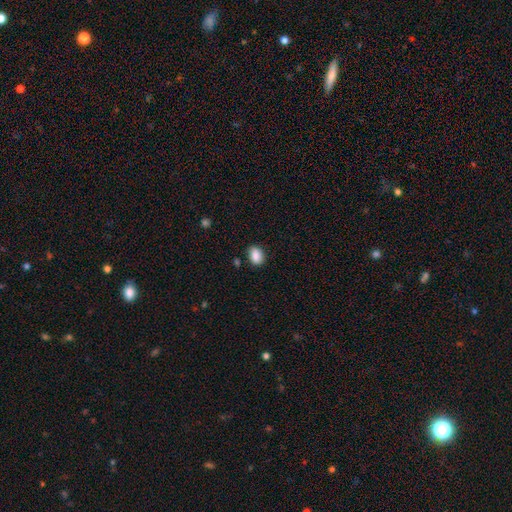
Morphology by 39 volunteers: smooth_or_featured: smooth (p=0.92) [alt: star or artifact p=0.08]
how_rounded: in between (p=0.89) [alt: round p=0.08]
merging: none (p=0.75) [alt: minor disturbance p=0.19]